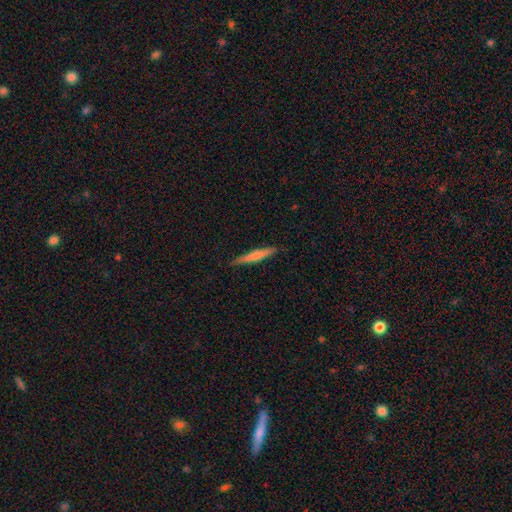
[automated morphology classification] Smooth or featured?
  - smooth: 60% *
  - featured or disk: 35%
  - star or artifact: 5%
How rounded?
  - cigar-shaped: 95% *
  - in between: 4%
  - round: 1%
Merging?
  - none: 90% *
  - minor disturbance: 8%
  - major disturbance: 1%
  - merger: 1%